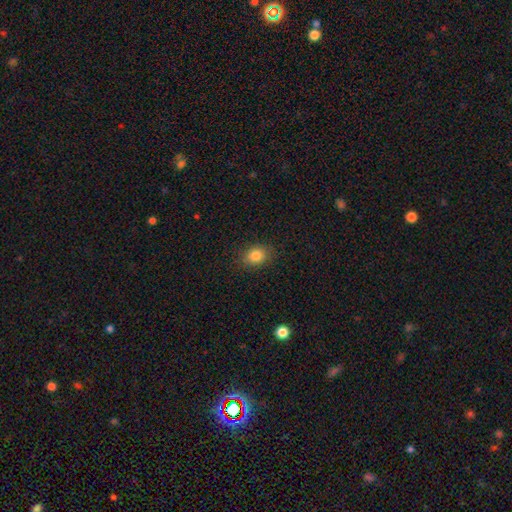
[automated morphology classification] Smooth or featured: smooth — 83% (star or artifact — 10%)
How rounded: in between — 58% (round — 41%)
Merging: none — 87% (minor disturbance — 9%)